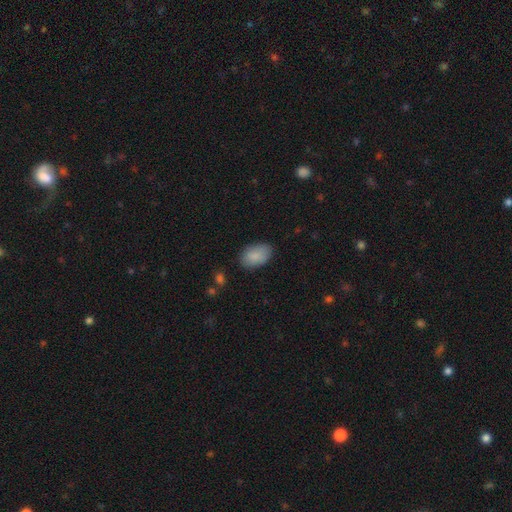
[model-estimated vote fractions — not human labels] smooth 88%, star or artifact 6%, featured or disk 6%. Down the decision tree: how rounded — in between (91%); merging — none (79%).